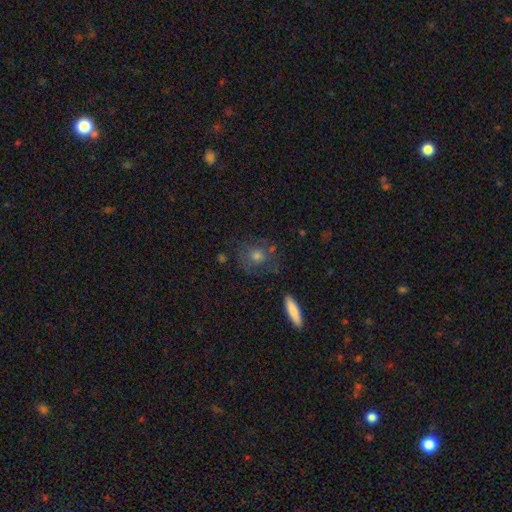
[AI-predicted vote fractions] Smooth or featured: smooth — 42% (featured or disk — 32%)
Merging: none — 77% (minor disturbance — 14%)